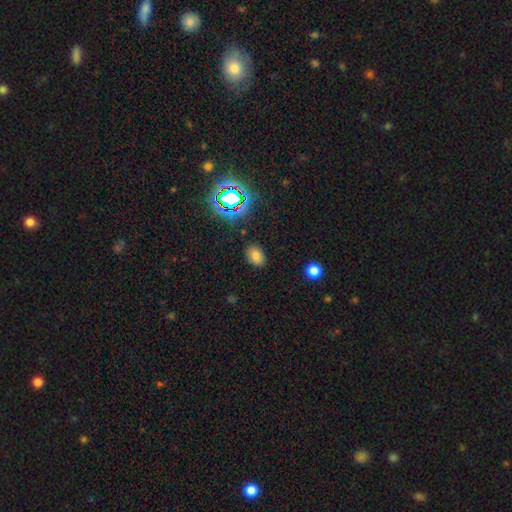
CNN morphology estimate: The model was most divided on "how rounded": in between: 74%, round: 24%, cigar-shaped: 1%. More confident: merging — none (86%); smooth or featured — smooth (73%).